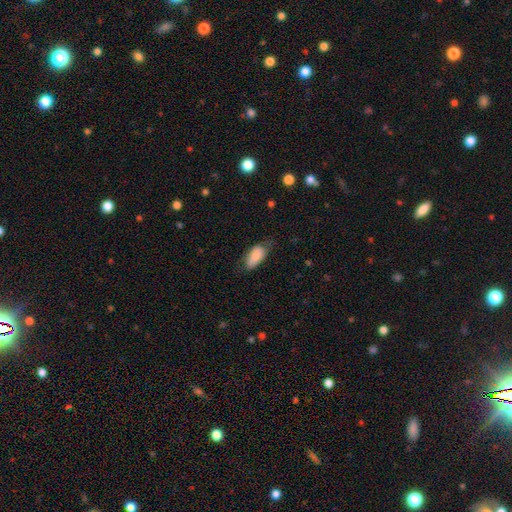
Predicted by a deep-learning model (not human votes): This appears to be a smooth galaxy with no disk features (85%) that is in between round and cigar-shaped (90%). Merging: none (54%).